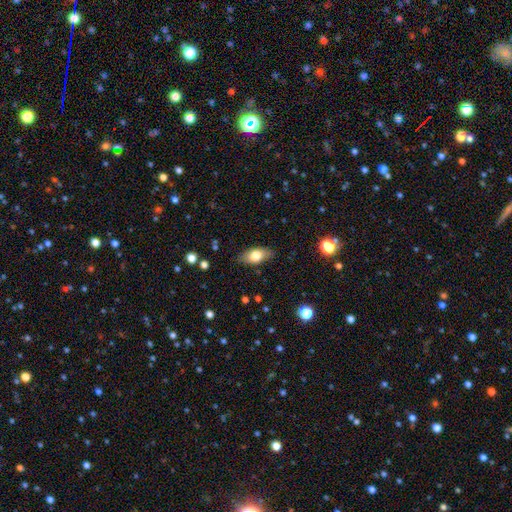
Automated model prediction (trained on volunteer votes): Smooth or featured?
  - smooth: 72% *
  - featured or disk: 20%
  - star or artifact: 7%
How rounded?
  - in between: 87% *
  - cigar-shaped: 8%
  - round: 5%
Merging?
  - none: 83% *
  - minor disturbance: 13%
  - major disturbance: 3%
  - merger: 1%